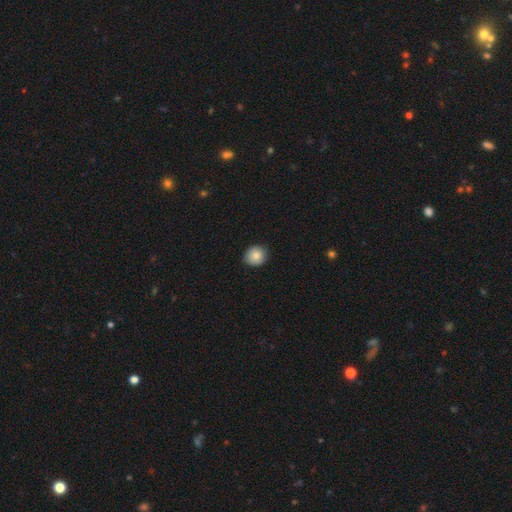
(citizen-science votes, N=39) A smooth galaxy with no disk features (95%) that is round (76%).

Vote fractions:
- Smooth or featured? smooth: 95% / featured or disk: 5% / star or artifact: 0%
- How rounded? round: 76% / in between: 24% / cigar-shaped: 0%
- Merging? none: 87% / minor disturbance: 10% / major disturbance: 3% / merger: 0%